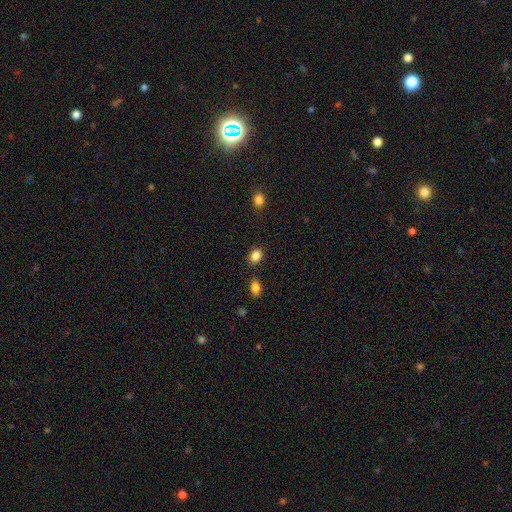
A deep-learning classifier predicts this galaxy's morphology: smooth_or_featured: smooth (p=0.86) [alt: star or artifact p=0.10]
how_rounded: in between (p=0.62) [alt: round p=0.37]
merging: none (p=0.79) [alt: minor disturbance p=0.12]